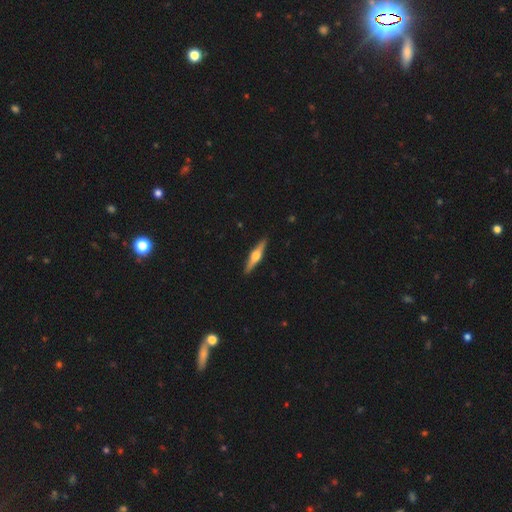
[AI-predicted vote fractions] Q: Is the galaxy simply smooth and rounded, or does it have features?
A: featured or disk — 71%.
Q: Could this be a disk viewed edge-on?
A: yes — 97%.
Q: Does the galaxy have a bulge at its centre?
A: rounded — 95%.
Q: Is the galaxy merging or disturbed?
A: none — 92%.